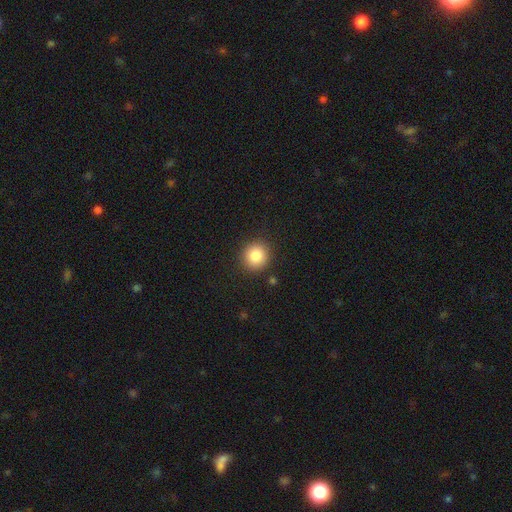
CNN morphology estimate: Smooth or featured? Predicted: smooth (p=0.86). How rounded? Predicted: round (p=0.91). Merging? Predicted: none (p=0.89).